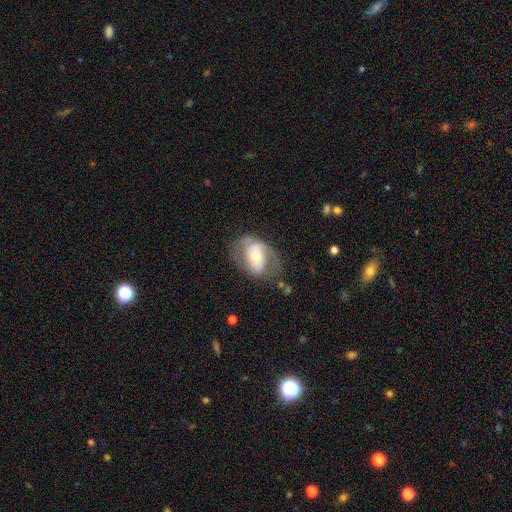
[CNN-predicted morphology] Smooth or featured? featured or disk (69%)
Edge-on disk? no (95%)
Bar? no (43%)
Spiral arms? yes (66%)
Bulge size? moderate (61%)
Merging? none (58%)